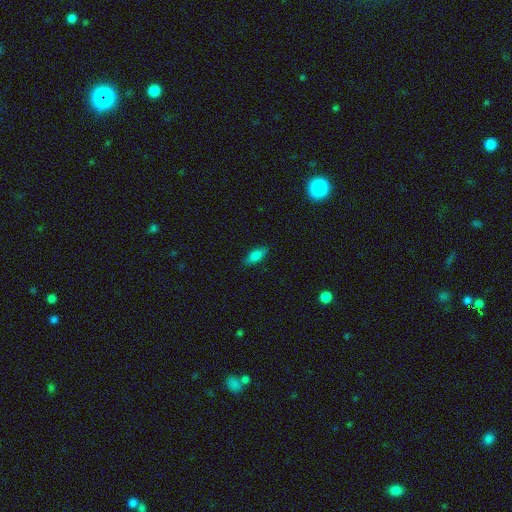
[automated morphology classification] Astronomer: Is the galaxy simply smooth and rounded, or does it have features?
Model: smooth — 78%.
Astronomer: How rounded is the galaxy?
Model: in between — 70%.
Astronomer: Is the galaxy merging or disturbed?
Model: none — 86%.